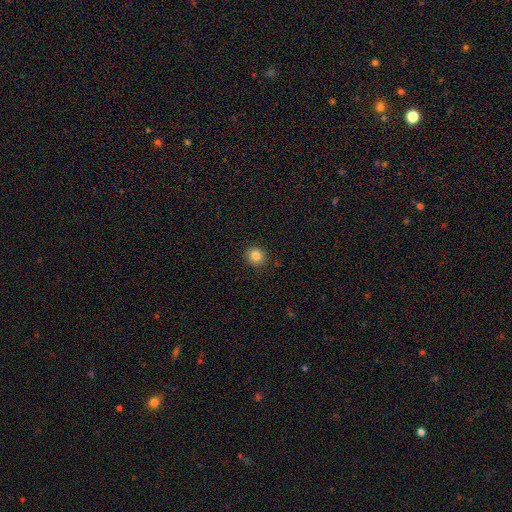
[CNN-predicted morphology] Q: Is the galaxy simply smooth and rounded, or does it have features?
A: smooth — 83%.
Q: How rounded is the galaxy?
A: round — 86%.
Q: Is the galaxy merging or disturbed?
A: none — 91%.